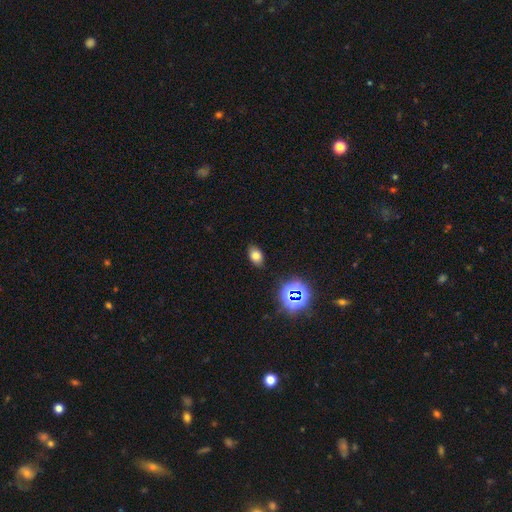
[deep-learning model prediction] This appears to be a smooth galaxy with no disk features (74%) that is in between round and cigar-shaped (85%). Merging: none (86%).